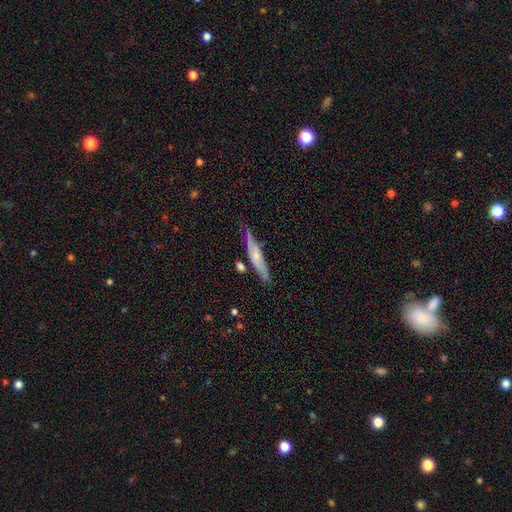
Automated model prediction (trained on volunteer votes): featured or disk 47% (tied), smooth 47% (tied), star or artifact 6%. Down the decision tree: merging — none (73%).